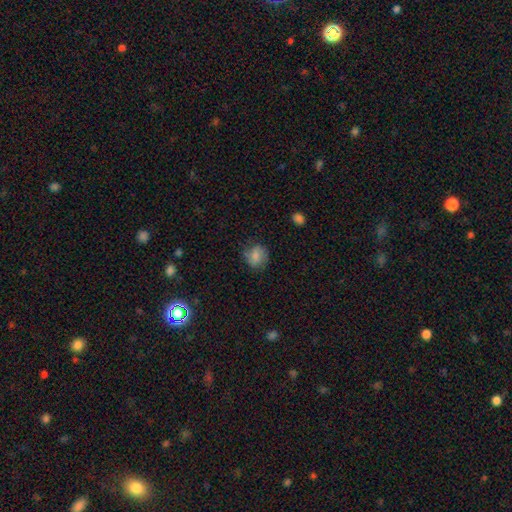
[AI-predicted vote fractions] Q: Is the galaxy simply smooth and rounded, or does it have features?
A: smooth — 75%.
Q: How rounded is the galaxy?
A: round — 63%.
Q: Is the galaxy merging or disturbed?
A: none — 71%.